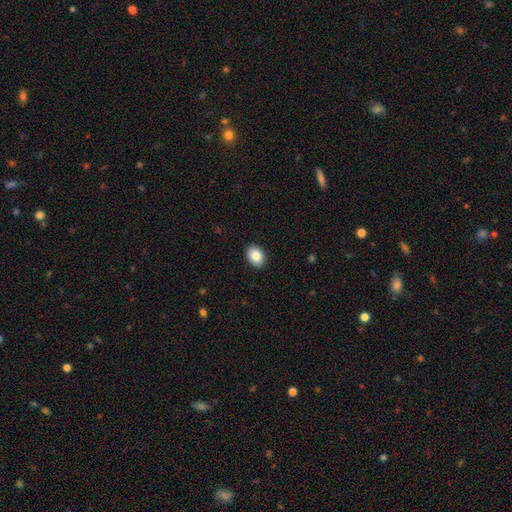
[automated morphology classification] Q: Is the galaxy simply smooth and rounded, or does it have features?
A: smooth — 87%.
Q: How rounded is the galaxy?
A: in between — 74%.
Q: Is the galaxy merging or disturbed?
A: none — 90%.